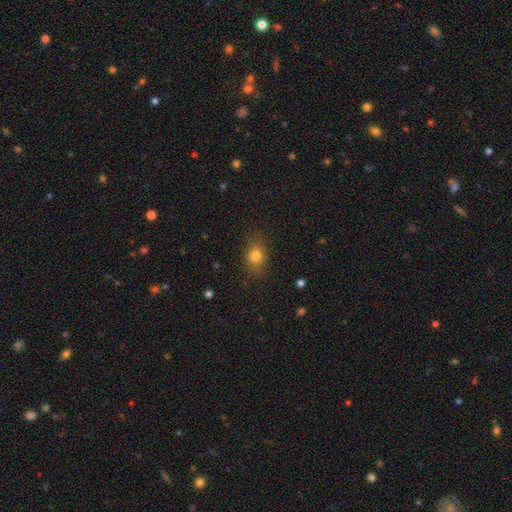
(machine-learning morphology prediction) Overall: smooth (77%). How rounded: in between (52%; round 46%). Merging: none (78%).